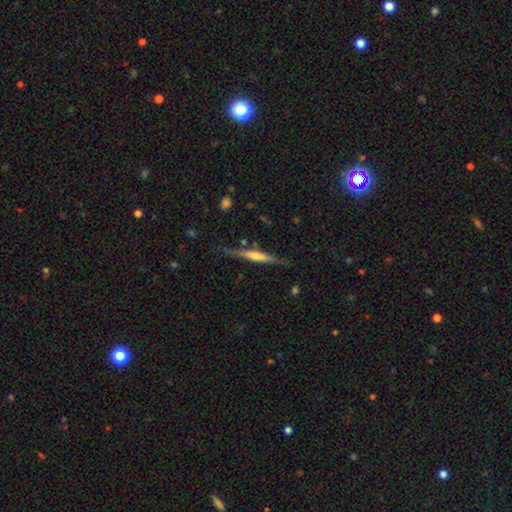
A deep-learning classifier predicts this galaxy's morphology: Smooth or featured: featured or disk — 66% (smooth — 28%)
Edge-on disk: yes — 97% (no — 3%)
Edge-on bulge: rounded — 53% (none — 27%)
Merging: none — 82% (minor disturbance — 13%)